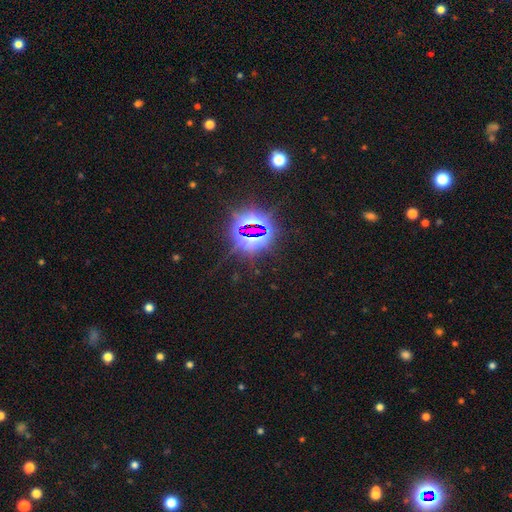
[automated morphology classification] The model was most divided on "smooth or featured": star or artifact: 76%, smooth: 13%, featured or disk: 11%.